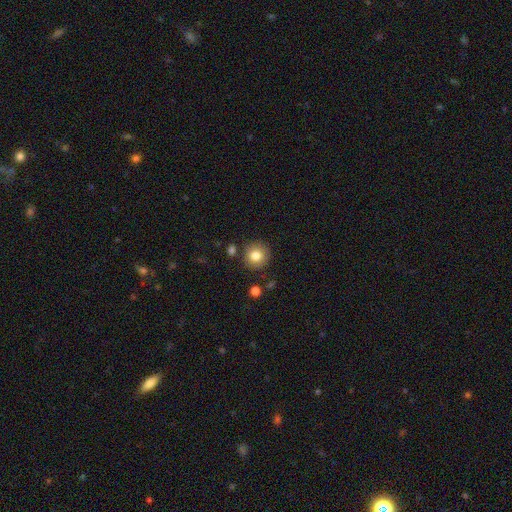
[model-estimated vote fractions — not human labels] smooth-or-featured: smooth: 82% | star or artifact: 10% | featured or disk: 8%
  how-rounded: round: 92% | in between: 7% | cigar-shaped: 1%
  merging: none: 85% | minor disturbance: 9% | merger: 4% | major disturbance: 2%